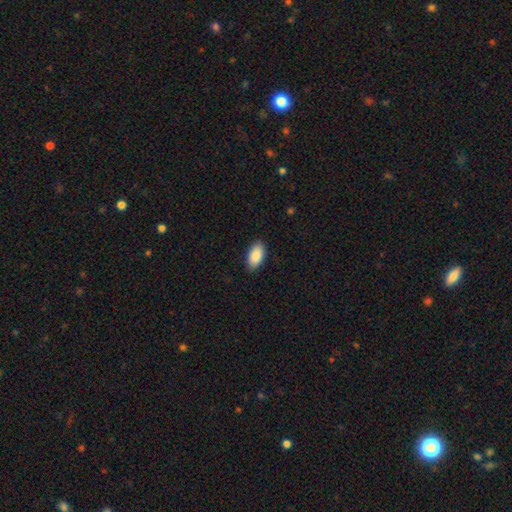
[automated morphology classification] A smooth galaxy with no disk features (89%) that is in between round and cigar-shaped (95%). Merging: none (88%).